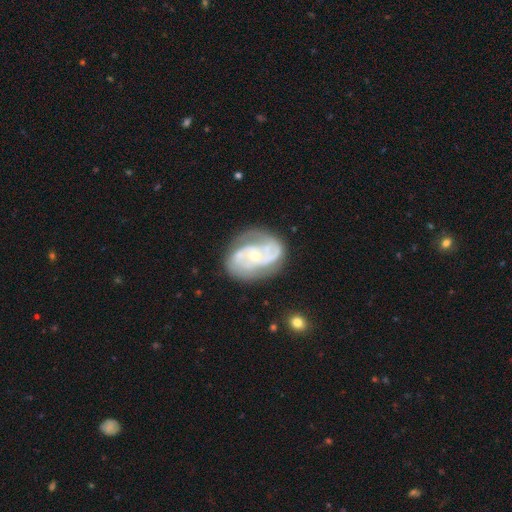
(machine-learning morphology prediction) Overall: featured or disk (87%). Edge-on disk: no (98%). Bar: no (64%; weak 28%). Spiral arms: yes (95%). Spiral arm count: 2 (57%; 3 18%). Spiral winding: medium (45%; tight 41%). Bulge size: small (63%; moderate 33%). Merging: none (64%).